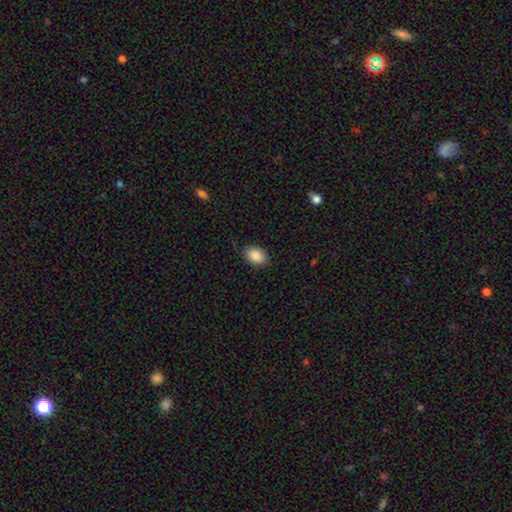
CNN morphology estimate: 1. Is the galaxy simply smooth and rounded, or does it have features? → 89% smooth, 7% star or artifact, 4% featured or disk.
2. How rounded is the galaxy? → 82% in between, 17% round, 1% cigar-shaped.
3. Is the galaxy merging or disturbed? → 85% none, 12% minor disturbance, 3% major disturbance, 1% merger.